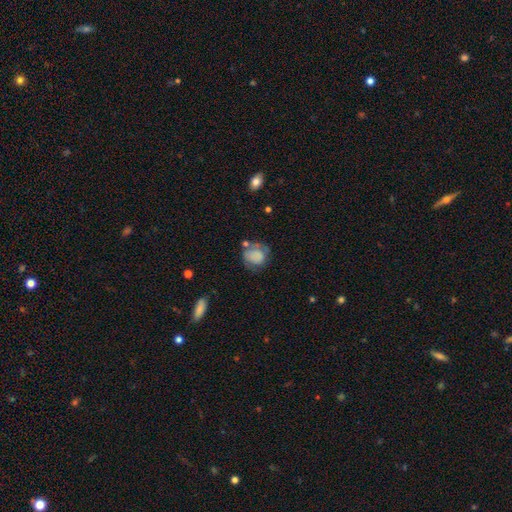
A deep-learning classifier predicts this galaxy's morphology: Overall: smooth (70%). How rounded: round (67%; in between 32%). Merging: none (43%; minor disturbance 28%).